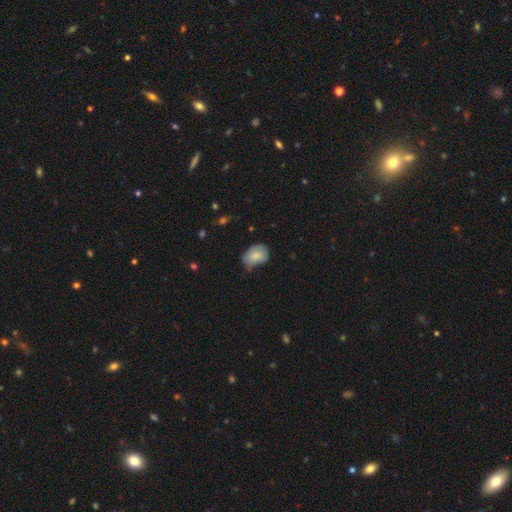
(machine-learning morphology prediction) This is clearly a smooth galaxy (81%). How rounded: likely in between (71%). Merging: marginally minor disturbance (43%, tied with none).